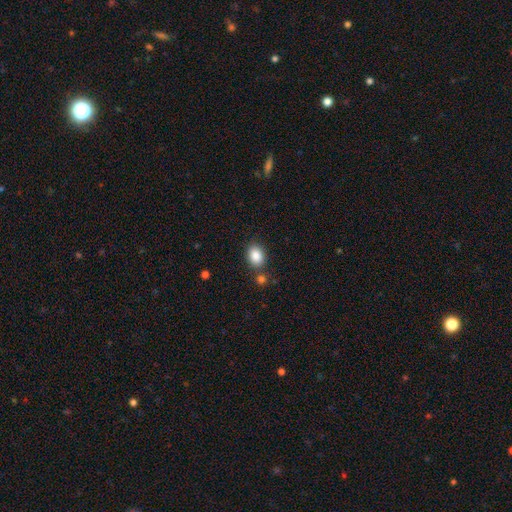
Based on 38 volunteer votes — Overall: smooth (97%). How rounded: in between (70%). Merging: none (70%).